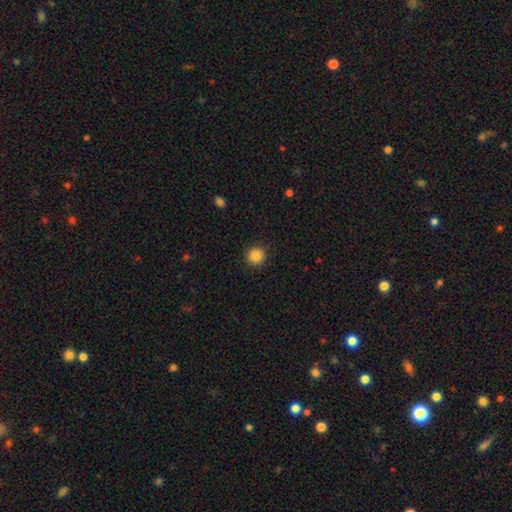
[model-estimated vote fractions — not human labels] Smooth or featured: smooth — 86% (star or artifact — 10%)
How rounded: round — 95% (in between — 5%)
Merging: none — 92% (minor disturbance — 5%)